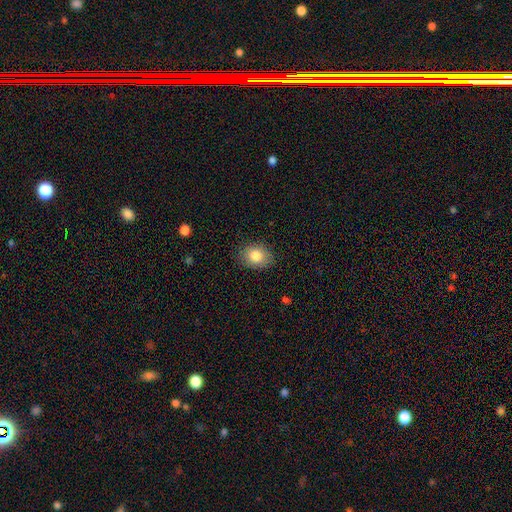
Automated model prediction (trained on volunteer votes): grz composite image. It shows a smooth galaxy with no disk features (84%) that is in between round and cigar-shaped (63%). Merging: none (83%).